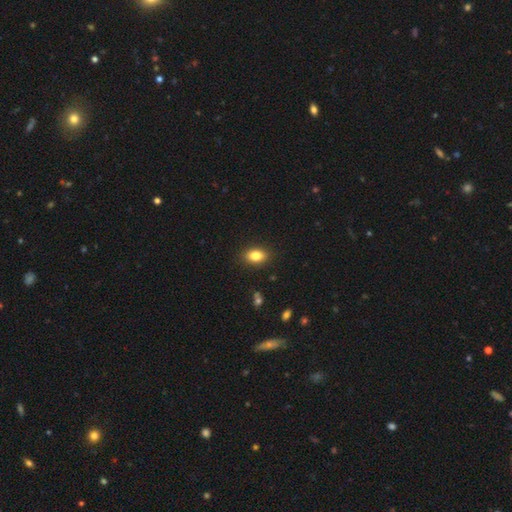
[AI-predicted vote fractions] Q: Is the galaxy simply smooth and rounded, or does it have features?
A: smooth — 83%.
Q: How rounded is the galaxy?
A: in between — 84%.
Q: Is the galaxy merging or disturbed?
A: none — 88%.